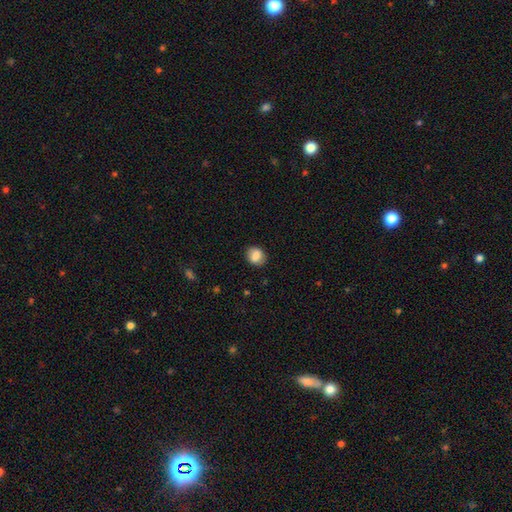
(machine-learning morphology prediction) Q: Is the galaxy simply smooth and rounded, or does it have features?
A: smooth — 84%.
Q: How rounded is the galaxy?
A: round — 61%.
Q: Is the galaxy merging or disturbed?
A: none — 83%.